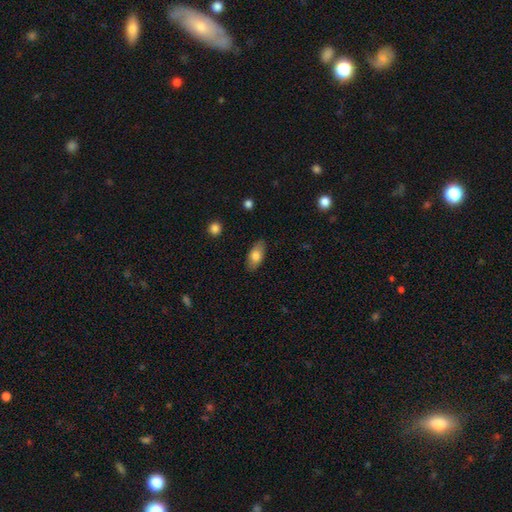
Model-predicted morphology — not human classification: A smooth galaxy with no disk features (76%) that is in between round and cigar-shaped (90%).

Vote fractions:
- Smooth or featured? smooth: 76% / featured or disk: 17% / star or artifact: 7%
- How rounded? in between: 90% / cigar-shaped: 6% / round: 4%
- Merging? none: 85% / minor disturbance: 11% / major disturbance: 2% / merger: 1%